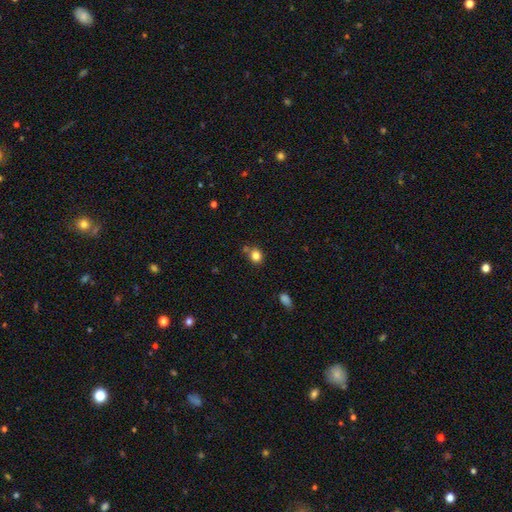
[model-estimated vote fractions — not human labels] A smooth galaxy with no disk features (82%) that is round (69%). Merging: none (67%).